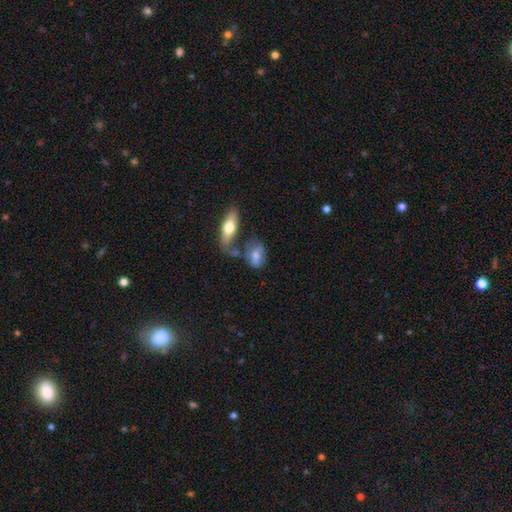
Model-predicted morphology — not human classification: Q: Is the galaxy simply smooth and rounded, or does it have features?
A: smooth — 61%.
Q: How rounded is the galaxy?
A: in between — 80%.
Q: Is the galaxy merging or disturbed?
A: none — 39%.